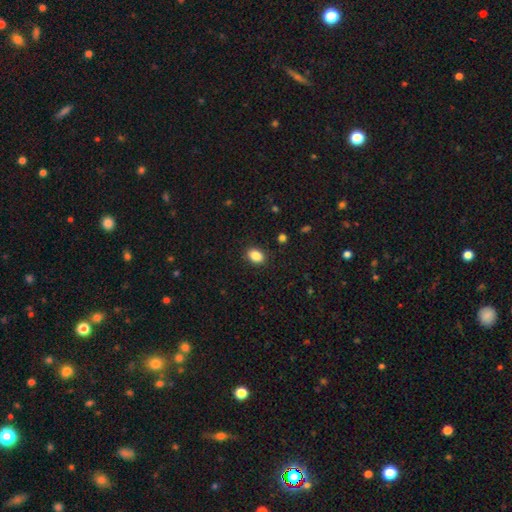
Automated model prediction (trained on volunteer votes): smooth-or-featured: smooth: 87% | star or artifact: 9% | featured or disk: 4%
  how-rounded: in between: 76% | round: 23% | cigar-shaped: 1%
  merging: none: 89% | minor disturbance: 8% | major disturbance: 2% | merger: 1%